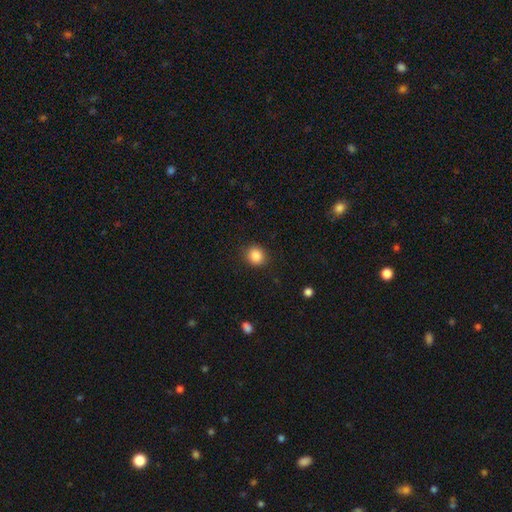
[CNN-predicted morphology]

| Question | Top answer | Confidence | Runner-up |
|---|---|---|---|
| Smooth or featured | smooth | 87% | star or artifact (10%) |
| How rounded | round | 84% | in between (15%) |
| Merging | none | 88% | minor disturbance (8%) |